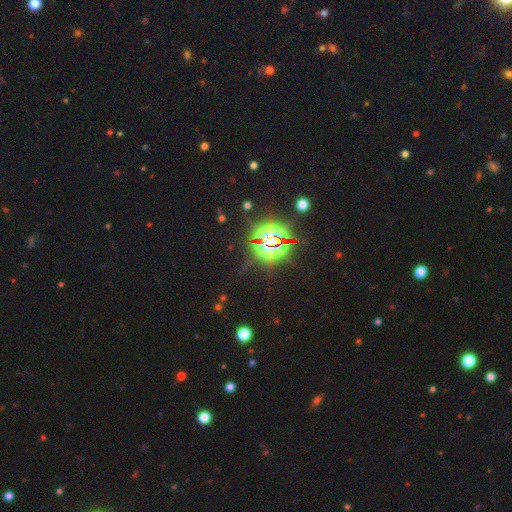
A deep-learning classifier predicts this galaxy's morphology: Overall: star or artifact (87%).